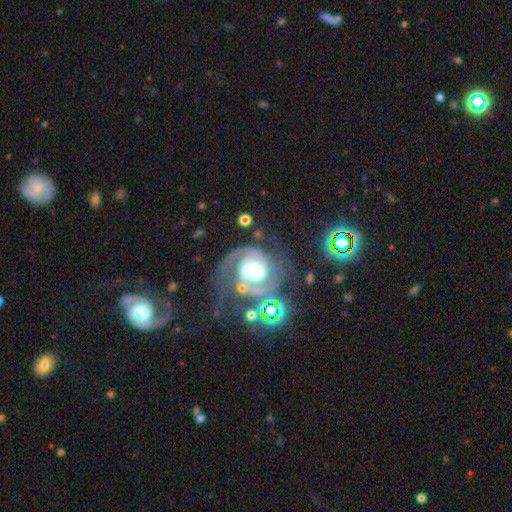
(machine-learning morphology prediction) This is clearly a featured or disk galaxy (85%). It is clearly not viewed edge-on (98%). Bar: possibly no (46%). Spiral arm pattern: clearly yes (96%). Spiral arm count: likely 2 (73%). Spiral winding: possibly medium (46%). Central bulge: possibly large (46%). Merging: possibly none (47%).